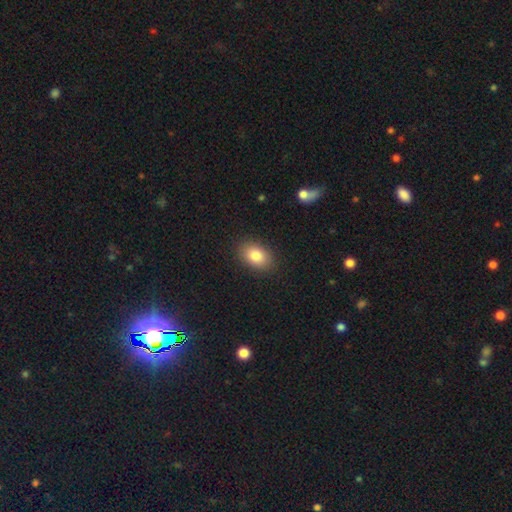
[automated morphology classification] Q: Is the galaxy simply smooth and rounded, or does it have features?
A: smooth — 84%.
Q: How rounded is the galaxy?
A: in between — 83%.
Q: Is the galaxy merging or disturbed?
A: none — 88%.